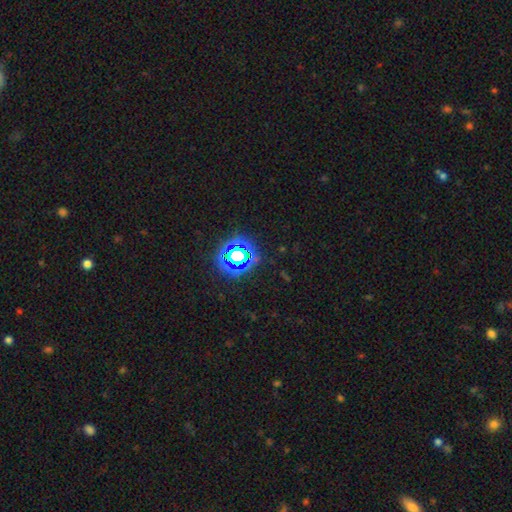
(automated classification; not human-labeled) Q: Smooth or featured?
A: star or artifact (74%); runner-up: smooth (19%)